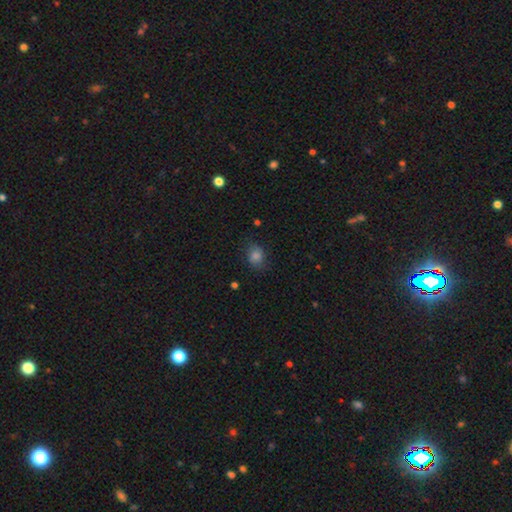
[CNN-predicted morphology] Smooth or featured?
  - smooth: 72% *
  - star or artifact: 17%
  - featured or disk: 11%
How rounded?
  - round: 58% *
  - in between: 41%
  - cigar-shaped: 1%
Merging?
  - none: 74% *
  - minor disturbance: 18%
  - major disturbance: 7%
  - merger: 1%